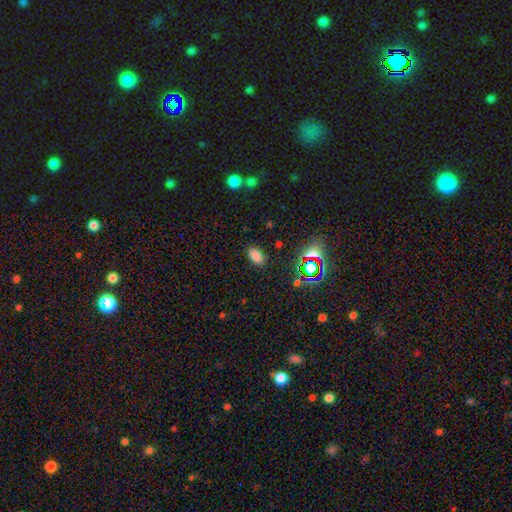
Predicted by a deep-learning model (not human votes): A smooth galaxy with no disk features (77%) that is in between round and cigar-shaped (90%).

Vote fractions:
- Smooth or featured? smooth: 77% / star or artifact: 17% / featured or disk: 6%
- How rounded? in between: 90% / round: 8% / cigar-shaped: 2%
- Merging? none: 87% / minor disturbance: 9% / major disturbance: 3% / merger: 1%